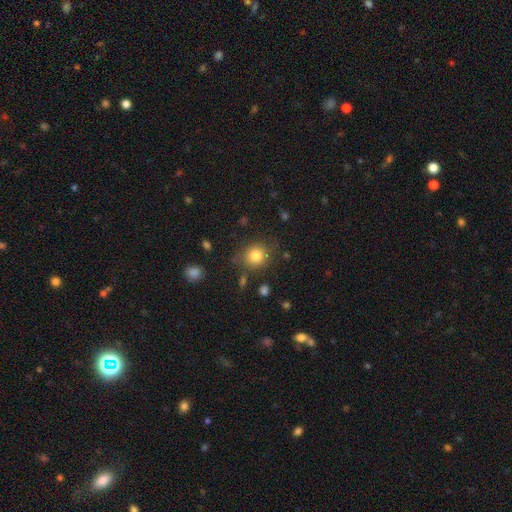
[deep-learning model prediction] smooth_or_featured: smooth (p=0.82) [alt: star or artifact p=0.11]
how_rounded: round (p=0.83) [alt: in between p=0.17]
merging: none (p=0.78) [alt: minor disturbance p=0.13]